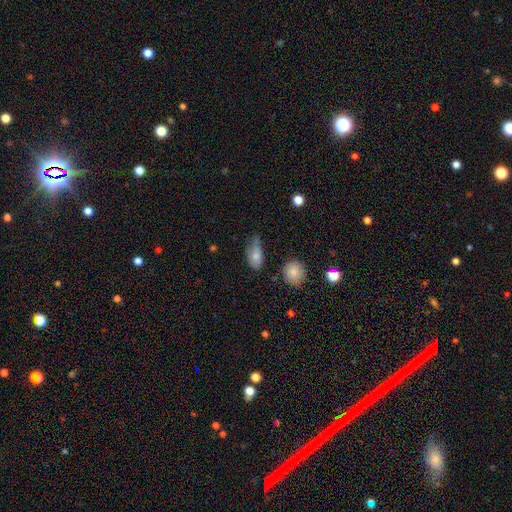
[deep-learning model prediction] smooth-or-featured: smooth: 75% | featured or disk: 17% | star or artifact: 8%
  how-rounded: in between: 87% | round: 8% | cigar-shaped: 5%
  merging: minor disturbance: 44% | none: 35% | major disturbance: 17% | merger: 4%